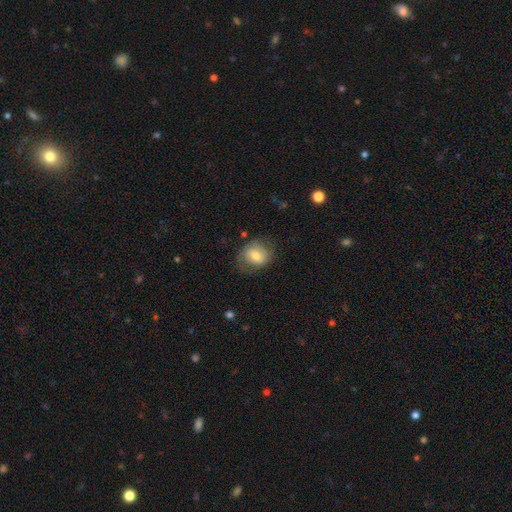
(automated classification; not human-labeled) smooth 60%, featured or disk 33%, star or artifact 8%. Down the decision tree: how rounded — round (54%); merging — none (63%).